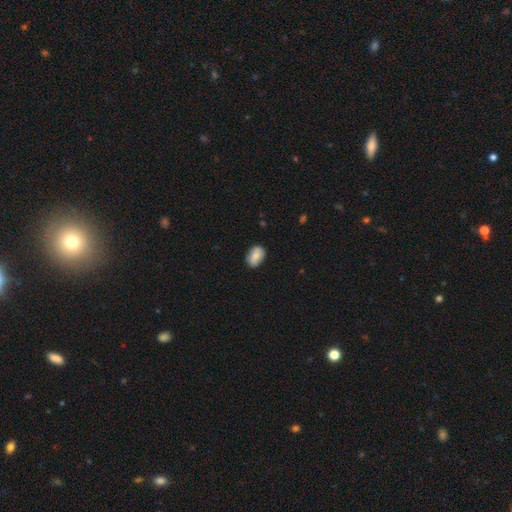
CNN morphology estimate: Smooth or featured? smooth (81%)
How rounded? in between (84%)
Merging? none (84%)